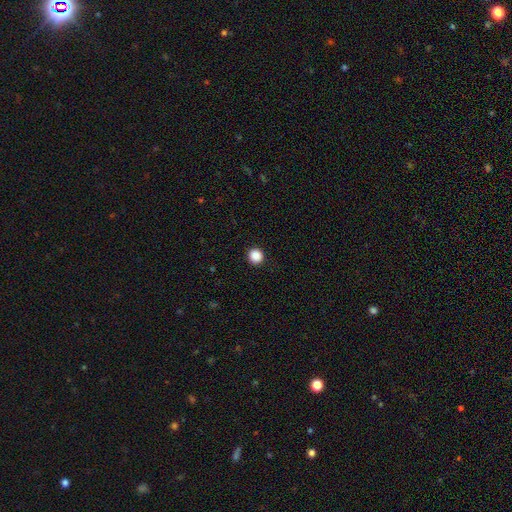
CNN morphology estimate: Q: Smooth or featured?
A: smooth (88%); runner-up: star or artifact (10%)
Q: How rounded?
A: round (94%); runner-up: in between (5%)
Q: Merging?
A: none (93%); runner-up: minor disturbance (4%)